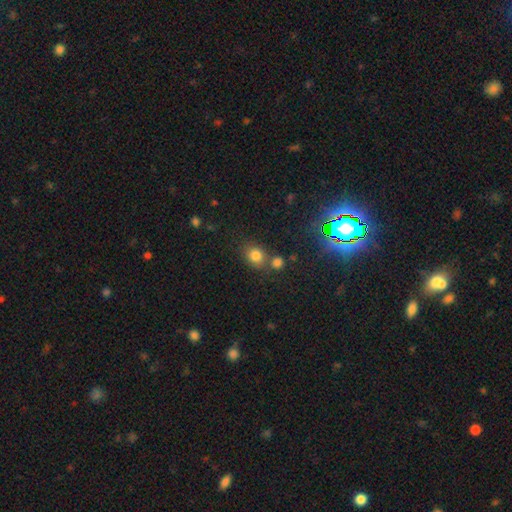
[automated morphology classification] smooth_or_featured: smooth (p=0.77) [alt: star or artifact p=0.16]
how_rounded: round (p=0.63) [alt: in between p=0.36]
merging: none (p=0.59) [alt: merger p=0.25]